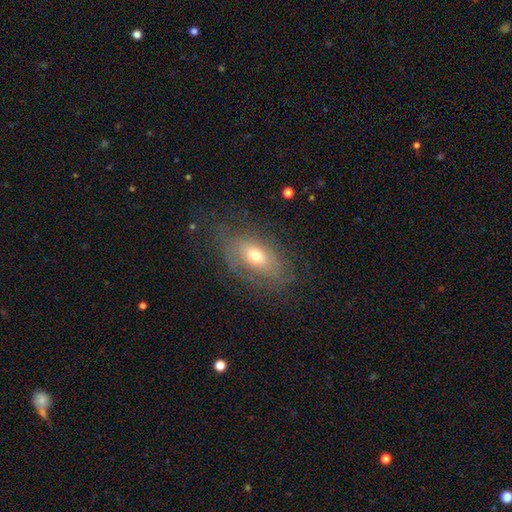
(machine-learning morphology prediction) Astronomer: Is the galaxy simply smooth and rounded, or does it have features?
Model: smooth — 48% (runner-up: featured or disk, 42%).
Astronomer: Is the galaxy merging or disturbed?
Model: none — 66%.